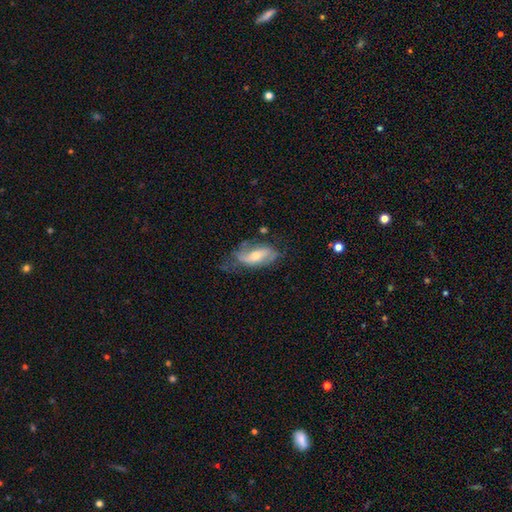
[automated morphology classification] Q: Smooth or featured?
A: featured or disk (65%); runner-up: smooth (28%)
Q: Edge-on disk?
A: no (90%); runner-up: yes (10%)
Q: Bar?
A: no (38%); runner-up: weak (37%)
Q: Spiral arms?
A: yes (82%); runner-up: no (18%)
Q: Bulge size?
A: moderate (57%); runner-up: small (37%)
Q: Merging?
A: none (52%); runner-up: minor disturbance (30%)